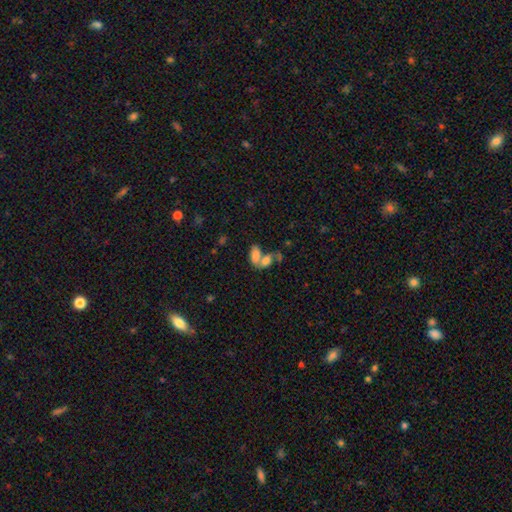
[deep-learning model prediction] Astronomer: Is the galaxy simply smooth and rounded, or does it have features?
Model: smooth — 73%.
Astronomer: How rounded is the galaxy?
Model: in between — 89%.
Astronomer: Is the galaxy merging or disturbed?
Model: merger — 66%.